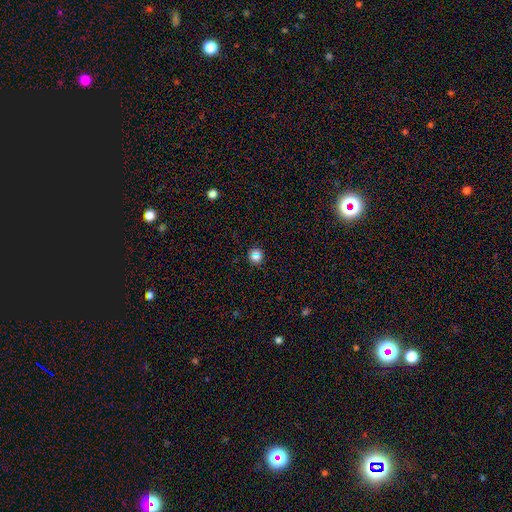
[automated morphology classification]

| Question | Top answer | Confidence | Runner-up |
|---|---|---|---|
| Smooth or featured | smooth | 80% | star or artifact (13%) |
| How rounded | round | 92% | in between (8%) |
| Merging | none | 86% | minor disturbance (8%) |